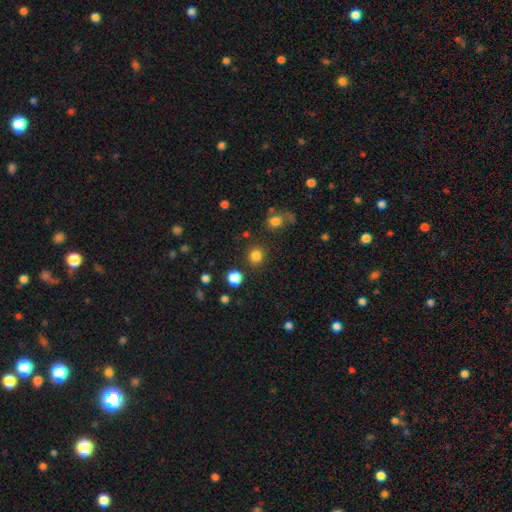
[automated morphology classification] Smooth or featured? Predicted: smooth (p=0.83). How rounded? Predicted: round (p=0.87). Merging? Predicted: none (p=0.86).